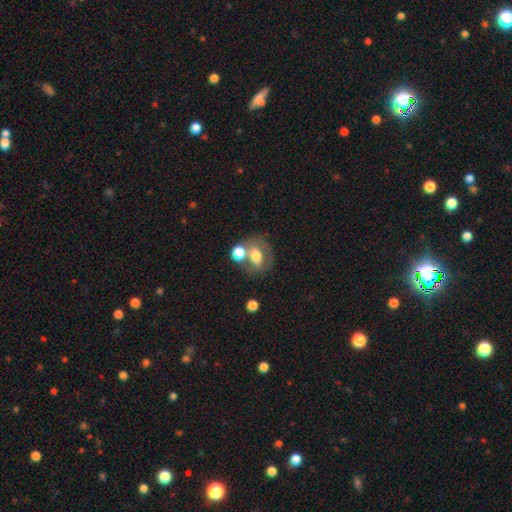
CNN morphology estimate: This appears to be a smooth galaxy with no disk features (56%) that is in between round and cigar-shaped (50%). Merging: none (47%).